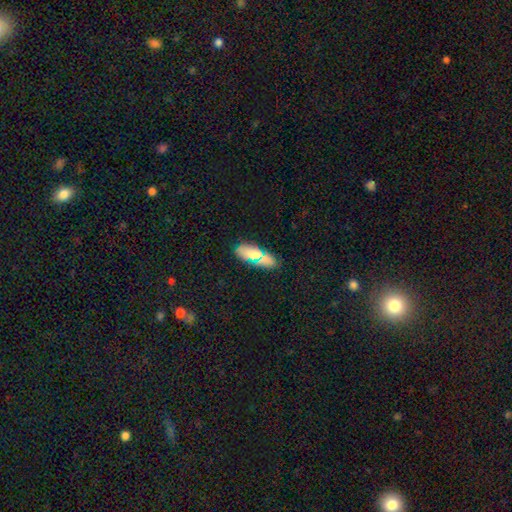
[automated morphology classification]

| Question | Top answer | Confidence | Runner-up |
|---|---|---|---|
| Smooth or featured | smooth | 74% | featured or disk (13%) |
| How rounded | in between | 72% | cigar-shaped (23%) |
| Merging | none | 86% | minor disturbance (10%) |